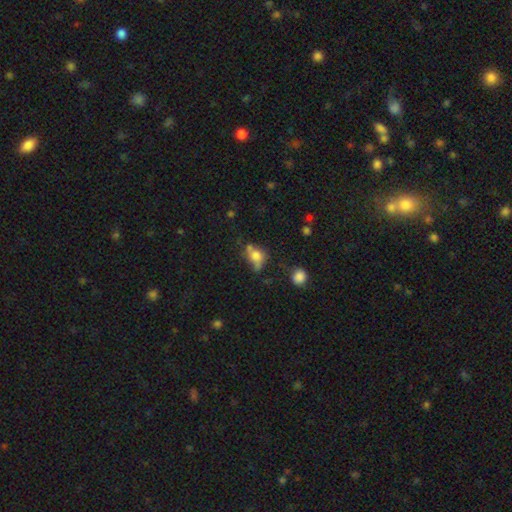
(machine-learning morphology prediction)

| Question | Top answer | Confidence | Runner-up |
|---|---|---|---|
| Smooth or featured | smooth | 64% | featured or disk (21%) |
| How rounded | in between | 49% | round (48%) |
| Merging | none | 37% | minor disturbance (23%) |